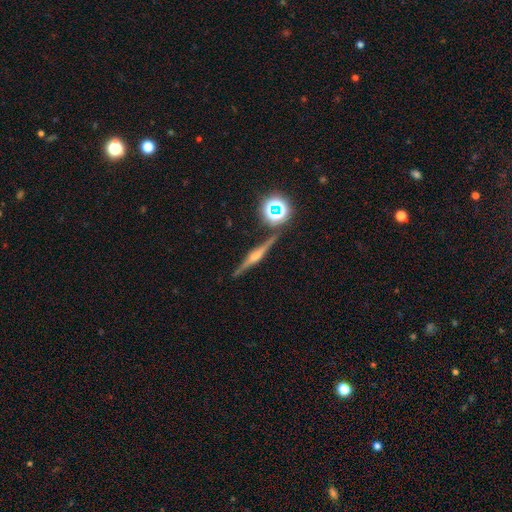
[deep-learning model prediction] Overall: featured or disk (74%). Edge-on disk: yes (96%). Edge-on bulge: rounded (87%). Merging: none (84%).